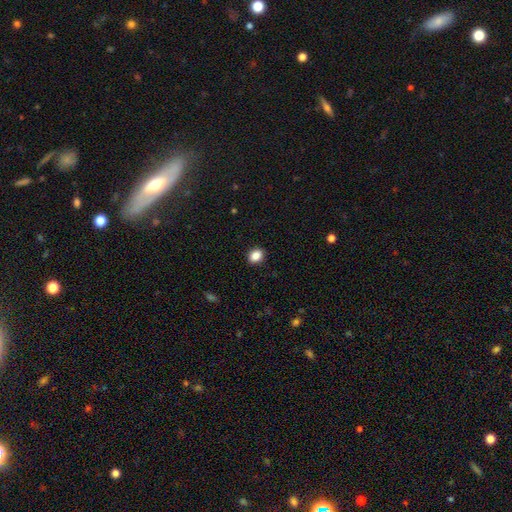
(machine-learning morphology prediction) Overall: smooth (88%). How rounded: in between (52%; round 47%). Merging: none (91%).